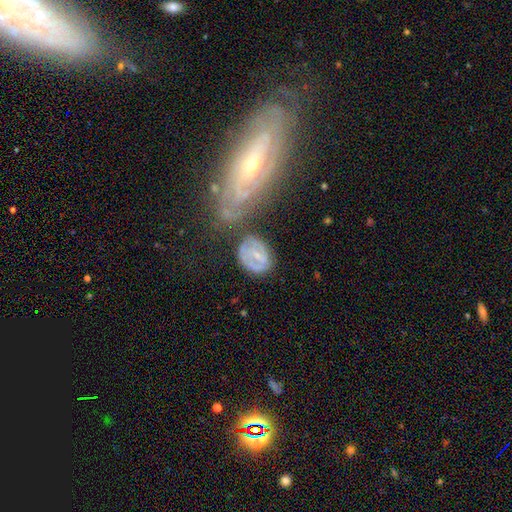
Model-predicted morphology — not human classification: Q: Smooth or featured?
A: featured or disk (60%); runner-up: smooth (31%)
Q: Edge-on disk?
A: no (96%); runner-up: yes (4%)
Q: Bar?
A: weak (43%); runner-up: no (31%)
Q: Spiral arms?
A: yes (60%); runner-up: no (40%)
Q: Bulge size?
A: small (60%); runner-up: moderate (25%)
Q: Merging?
A: none (50%); runner-up: minor disturbance (22%)